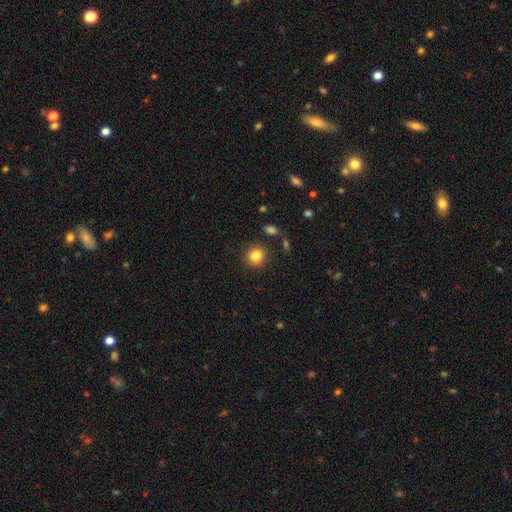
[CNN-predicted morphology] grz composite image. It shows a smooth galaxy with no disk features (84%) that is round (86%). Merging: none (86%).